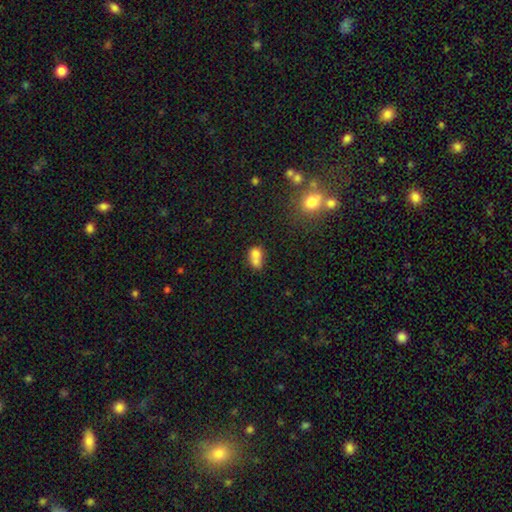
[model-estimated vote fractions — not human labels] The model was most divided on "how rounded": in between: 50%, round: 49%, cigar-shaped: 2%. More confident: smooth or featured — smooth (70%); merging — merger (65%).